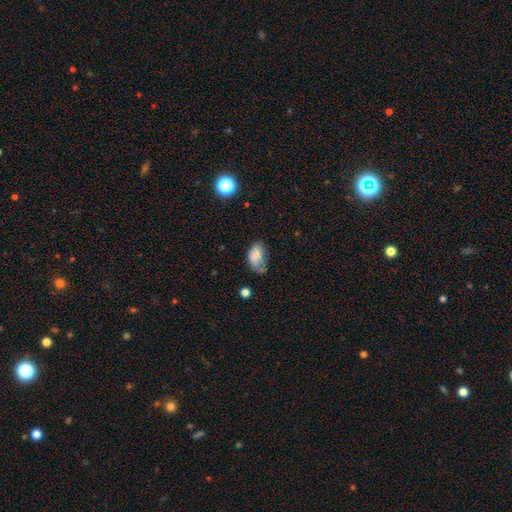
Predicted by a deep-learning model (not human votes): smooth-or-featured: smooth: 77% | featured or disk: 14% | star or artifact: 9%
  how-rounded: in between: 91% | round: 8% | cigar-shaped: 2%
  merging: minor disturbance: 37% (tied) | none: 37% (tied) | major disturbance: 20% | merger: 6%